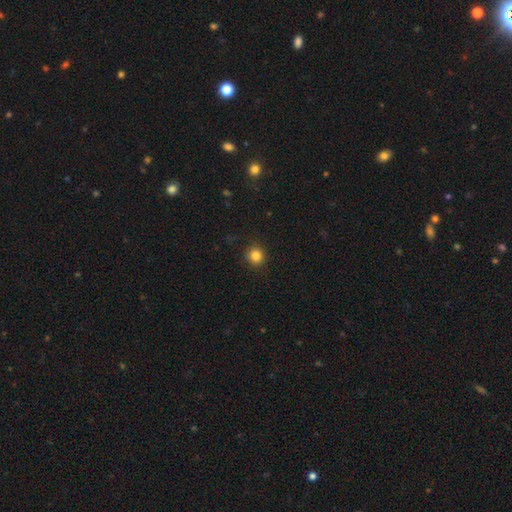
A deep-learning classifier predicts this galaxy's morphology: This appears to be a smooth galaxy with no disk features (84%) that is round (91%). Merging: none (91%).